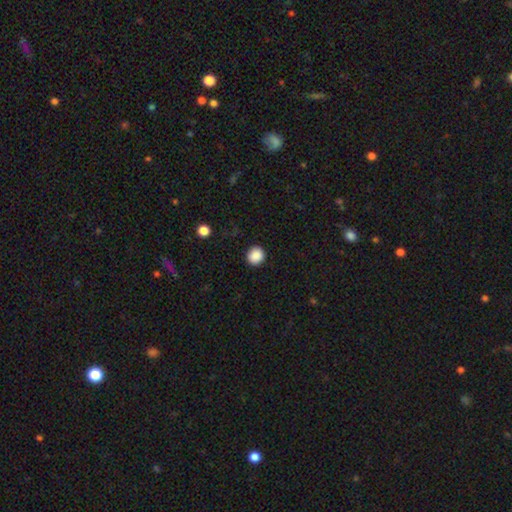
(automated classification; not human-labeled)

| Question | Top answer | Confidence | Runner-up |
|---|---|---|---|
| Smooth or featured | smooth | 88% | star or artifact (9%) |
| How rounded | round | 89% | in between (10%) |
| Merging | none | 91% | minor disturbance (6%) |